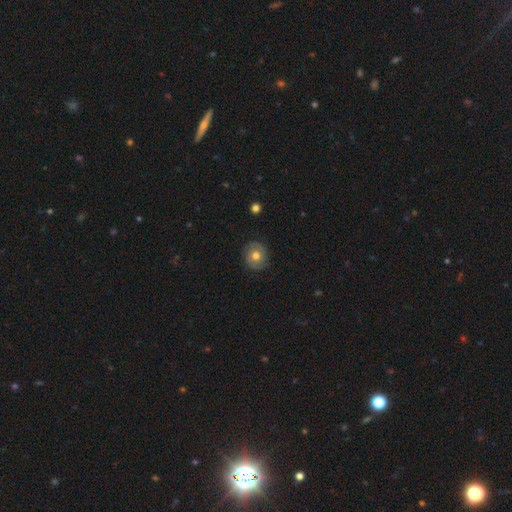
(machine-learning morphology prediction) smooth 57%, featured or disk 34%, star or artifact 9%. Down the decision tree: how rounded — round (83%); merging — none (84%).